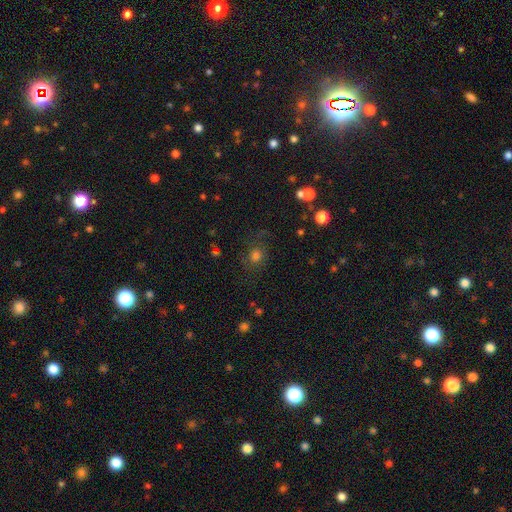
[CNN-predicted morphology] smooth-or-featured: smooth: 57% | featured or disk: 24% | star or artifact: 20%
  how-rounded: round: 73% | in between: 26% | cigar-shaped: 1%
  merging: none: 66% | minor disturbance: 17% | major disturbance: 15% | merger: 2%